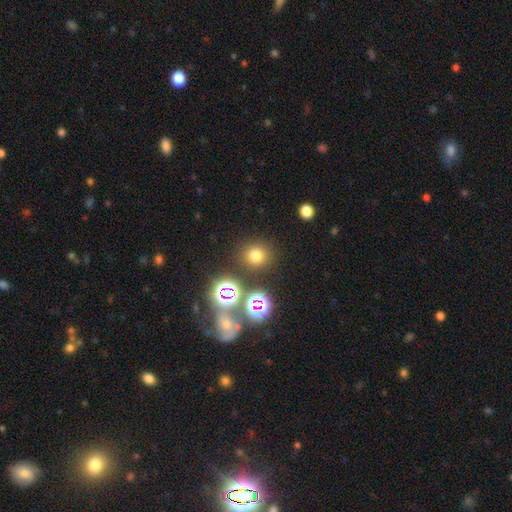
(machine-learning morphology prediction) type=smooth (70%); roundness=round (89%); merging=none (86%).